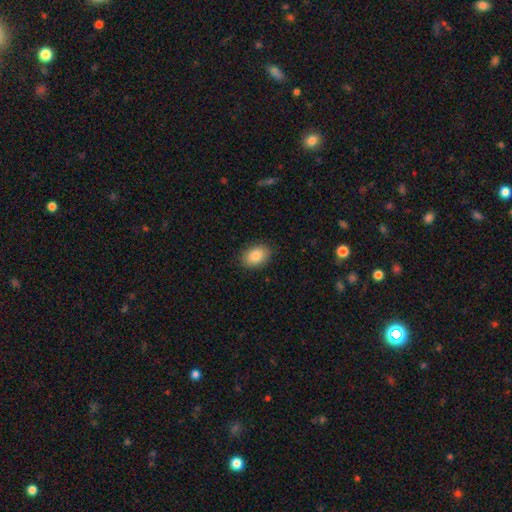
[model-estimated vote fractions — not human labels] Q: Smooth or featured?
A: smooth (86%); runner-up: star or artifact (7%)
Q: How rounded?
A: in between (82%); runner-up: round (17%)
Q: Merging?
A: none (88%); runner-up: minor disturbance (9%)